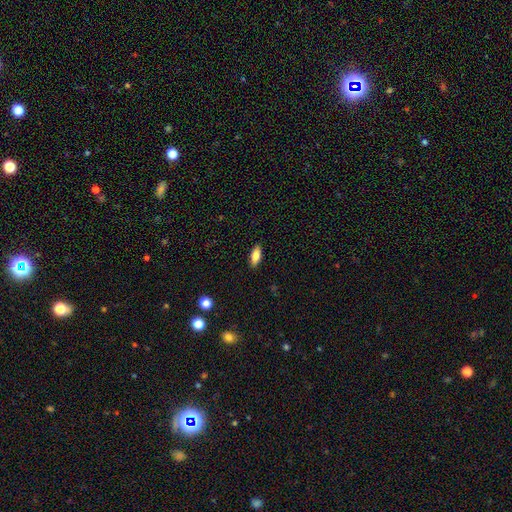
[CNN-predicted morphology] This appears to be a smooth galaxy with no disk features (79%) that is in between round and cigar-shaped (79%). Merging: none (89%).